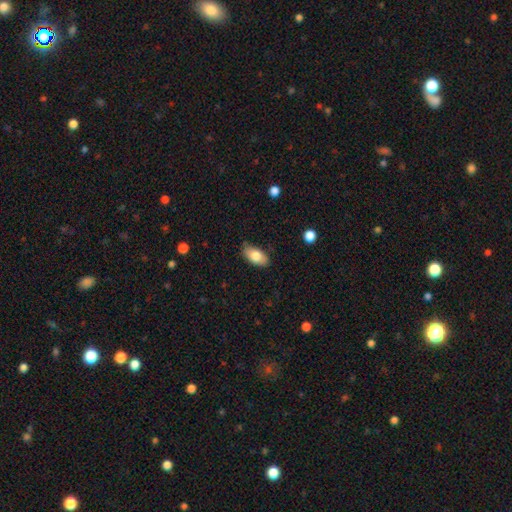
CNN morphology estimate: Smooth or featured? smooth (79%)
How rounded? in between (92%)
Merging? none (83%)